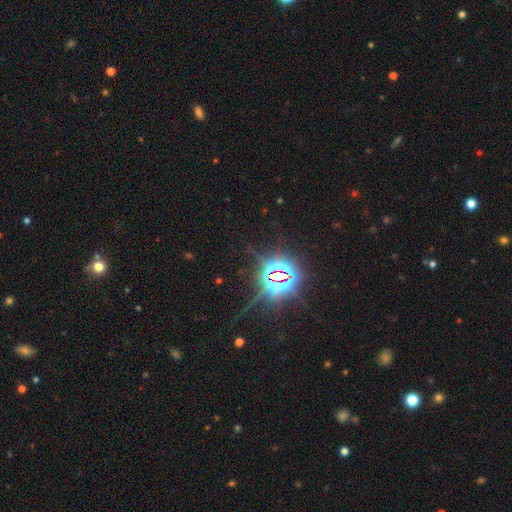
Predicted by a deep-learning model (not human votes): Overall: star or artifact (84%).